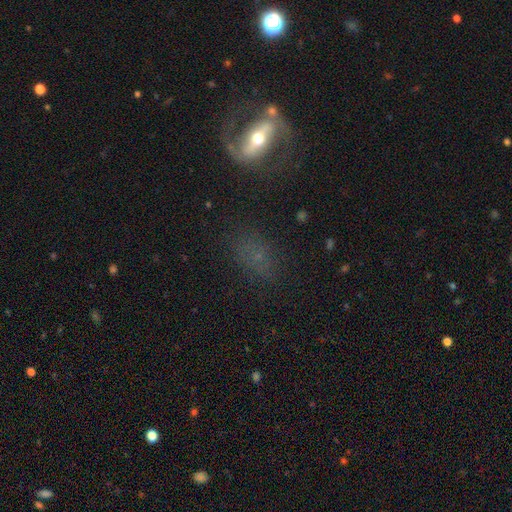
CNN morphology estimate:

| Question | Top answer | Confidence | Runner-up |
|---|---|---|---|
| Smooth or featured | featured or disk | 42% | smooth (39%) |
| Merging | none | 63% | minor disturbance (17%) |